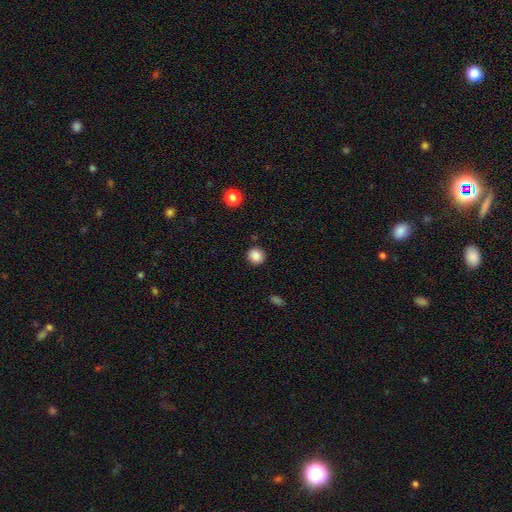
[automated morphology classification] smooth-or-featured: smooth: 87% | star or artifact: 10% | featured or disk: 3%
  how-rounded: round: 90% | in between: 9% | cigar-shaped: 1%
  merging: none: 89% | minor disturbance: 7% | major disturbance: 2% | merger: 2%